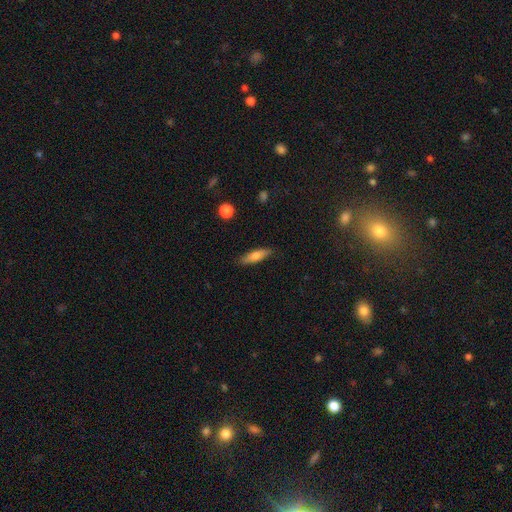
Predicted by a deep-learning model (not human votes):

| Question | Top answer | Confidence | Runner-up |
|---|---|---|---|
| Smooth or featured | smooth | 71% | featured or disk (23%) |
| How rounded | cigar-shaped | 65% | in between (33%) |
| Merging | none | 84% | minor disturbance (12%) |